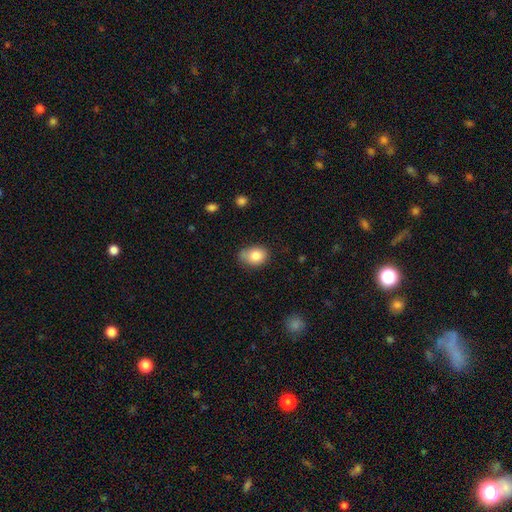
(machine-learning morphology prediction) Smooth or featured?
  - smooth: 82% *
  - featured or disk: 9%
  - star or artifact: 9%
How rounded?
  - in between: 62% *
  - round: 37%
  - cigar-shaped: 1%
Merging?
  - none: 60% *
  - minor disturbance: 31%
  - major disturbance: 6%
  - merger: 3%